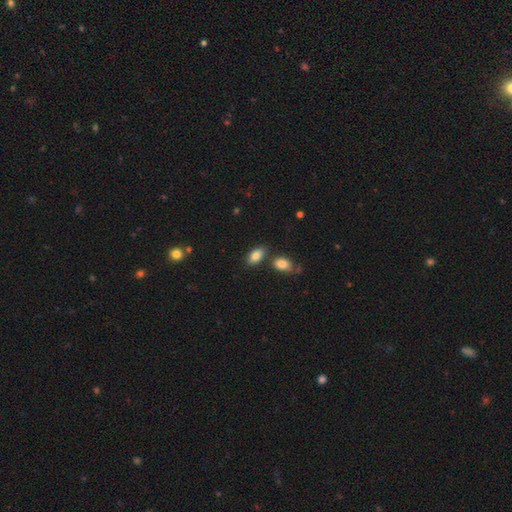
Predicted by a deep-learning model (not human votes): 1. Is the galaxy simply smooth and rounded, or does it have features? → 84% smooth, 8% featured or disk, 8% star or artifact.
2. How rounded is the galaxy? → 91% in between, 5% round, 4% cigar-shaped.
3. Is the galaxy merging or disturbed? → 70% none, 14% merger, 13% minor disturbance, 3% major disturbance.